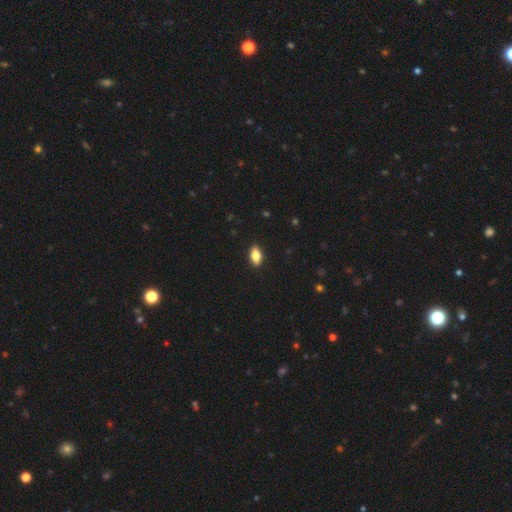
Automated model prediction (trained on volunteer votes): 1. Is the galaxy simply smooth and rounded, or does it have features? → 78% smooth, 15% featured or disk, 7% star or artifact.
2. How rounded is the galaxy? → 88% in between, 8% cigar-shaped, 4% round.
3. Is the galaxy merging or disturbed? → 90% none, 8% minor disturbance, 2% major disturbance, 1% merger.